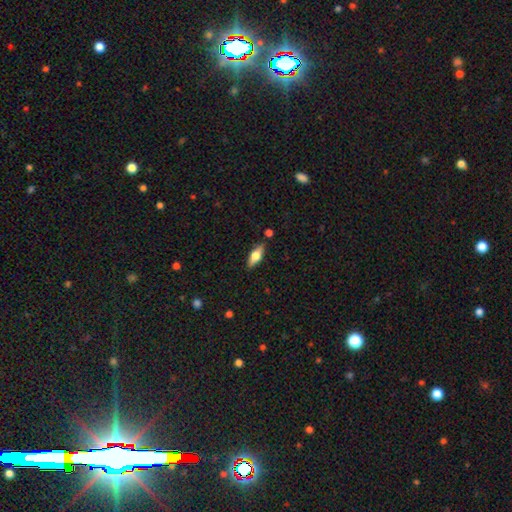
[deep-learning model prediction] This appears to be a smooth galaxy with no disk features (58%) that is in between round and cigar-shaped (67%). Merging: none (83%).